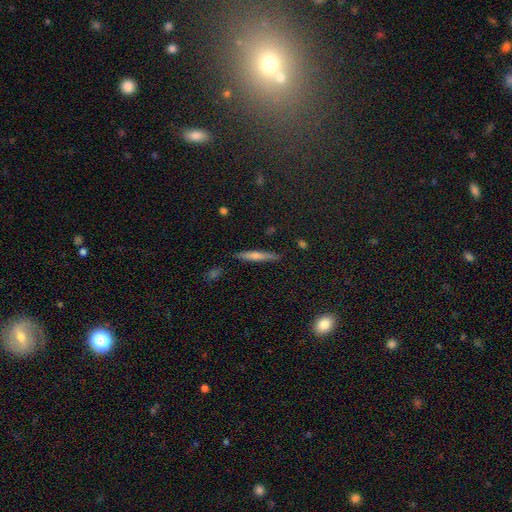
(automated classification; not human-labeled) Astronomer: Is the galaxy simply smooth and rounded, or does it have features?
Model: smooth — 56% (runner-up: featured or disk, 35%).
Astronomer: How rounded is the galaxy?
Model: cigar-shaped — 92%.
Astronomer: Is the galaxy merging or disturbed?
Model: none — 86%.